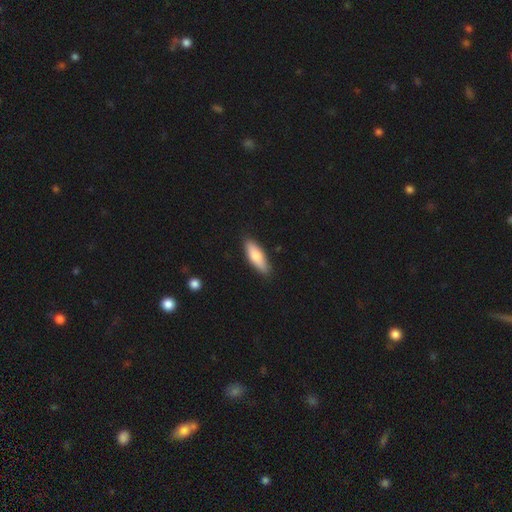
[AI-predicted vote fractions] Overall: smooth (76%). How rounded: in between (54%; cigar-shaped 44%). Merging: none (87%).